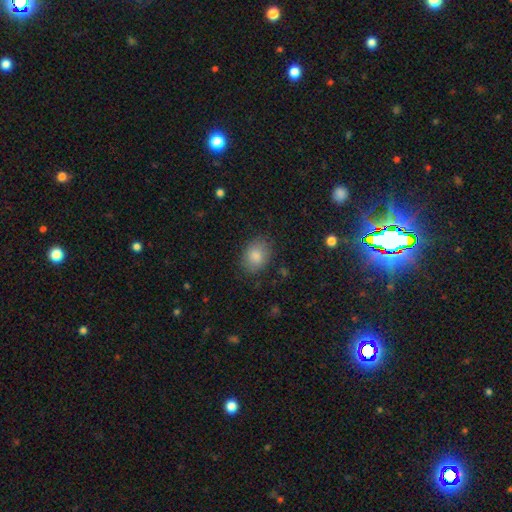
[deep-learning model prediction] A smooth galaxy with no disk features (85%) that is in between round and cigar-shaped (68%).

Vote fractions:
- Smooth or featured? smooth: 85% / star or artifact: 8% / featured or disk: 7%
- How rounded? in between: 68% / round: 31% / cigar-shaped: 1%
- Merging? none: 81% / minor disturbance: 14% / major disturbance: 4% / merger: 1%